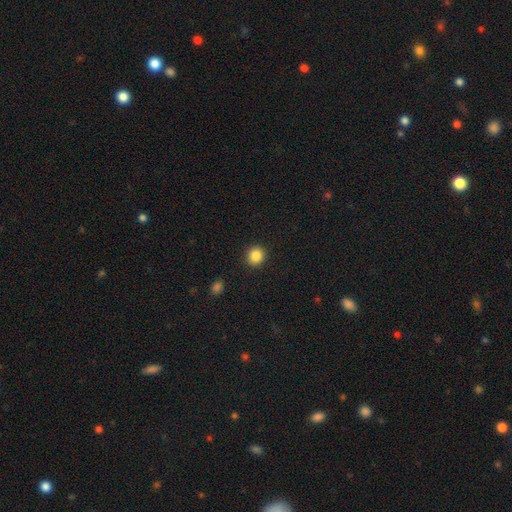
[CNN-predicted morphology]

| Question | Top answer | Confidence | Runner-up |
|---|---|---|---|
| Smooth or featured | smooth | 86% | star or artifact (10%) |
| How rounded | round | 90% | in between (9%) |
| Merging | none | 92% | minor disturbance (5%) |